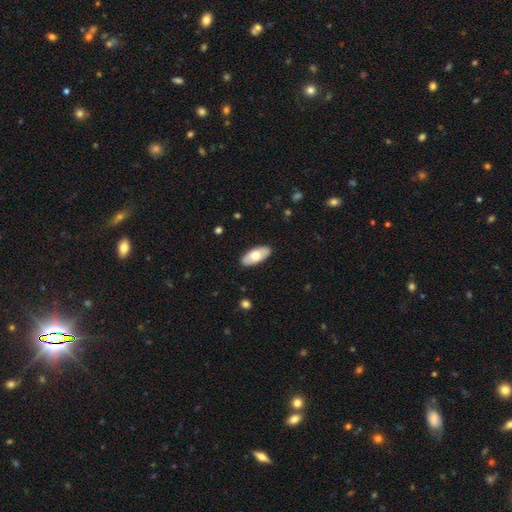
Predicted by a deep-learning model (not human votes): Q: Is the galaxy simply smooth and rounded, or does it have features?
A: smooth — 64%.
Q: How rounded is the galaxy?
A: in between — 91%.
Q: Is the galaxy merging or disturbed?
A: none — 89%.